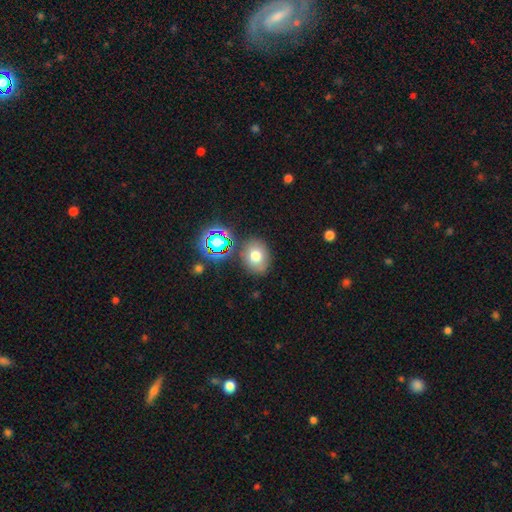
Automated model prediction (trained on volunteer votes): Overall: smooth (71%). How rounded: round (50%; in between 49%). Merging: none (79%).